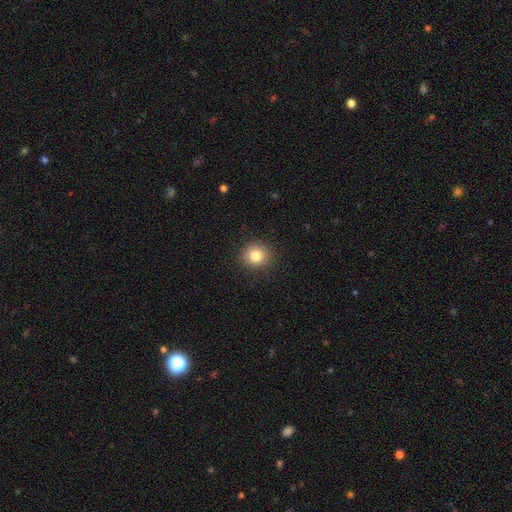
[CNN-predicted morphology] Overall: smooth (82%). How rounded: round (87%). Merging: none (90%).